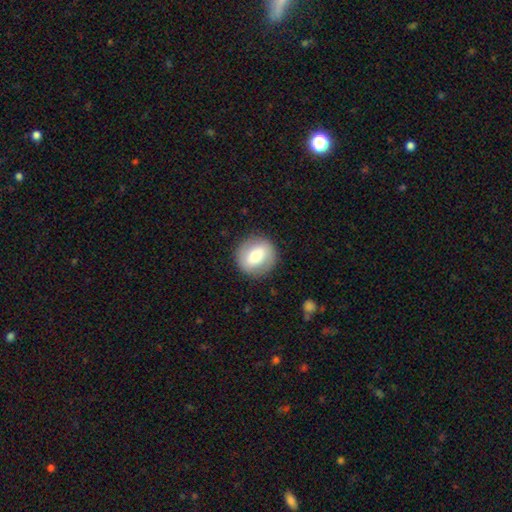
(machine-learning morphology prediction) type=smooth (63%); roundness=round (86%); merging=none (88%).